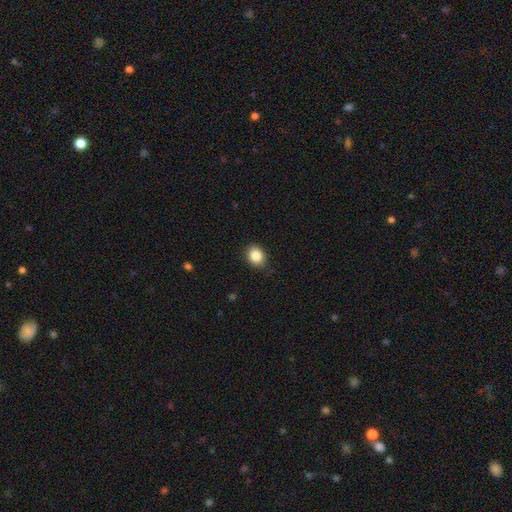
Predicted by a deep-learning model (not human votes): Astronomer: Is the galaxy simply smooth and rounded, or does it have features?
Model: smooth — 86%.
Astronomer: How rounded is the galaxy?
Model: round — 52% (runner-up: in between, 47%).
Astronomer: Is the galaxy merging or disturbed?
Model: none — 86%.